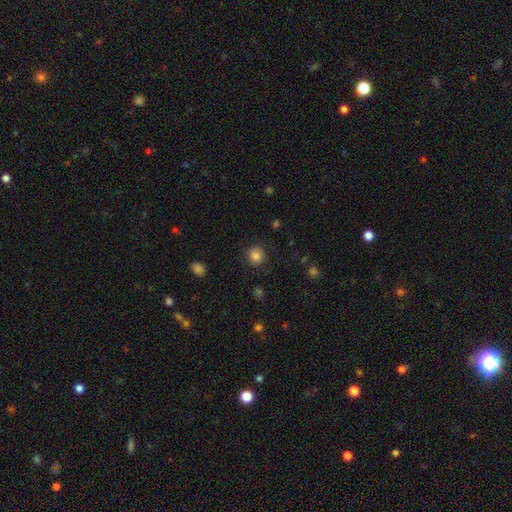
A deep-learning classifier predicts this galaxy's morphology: This appears to be a smooth galaxy with no disk features (84%) that is round (89%). Merging: none (88%).